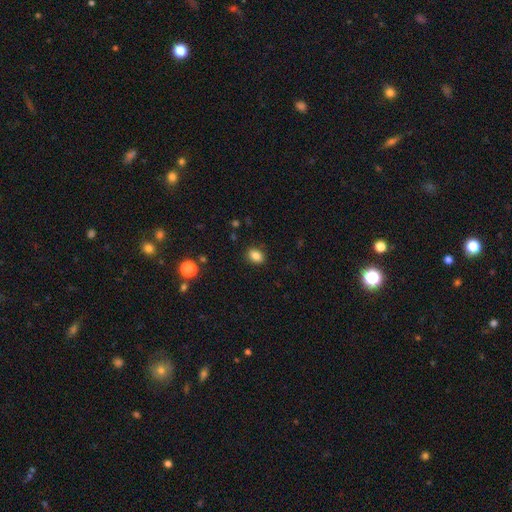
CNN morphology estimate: The model was most divided on "how rounded": in between: 71%, round: 27%, cigar-shaped: 1%. More confident: merging — none (87%); smooth or featured — smooth (85%).